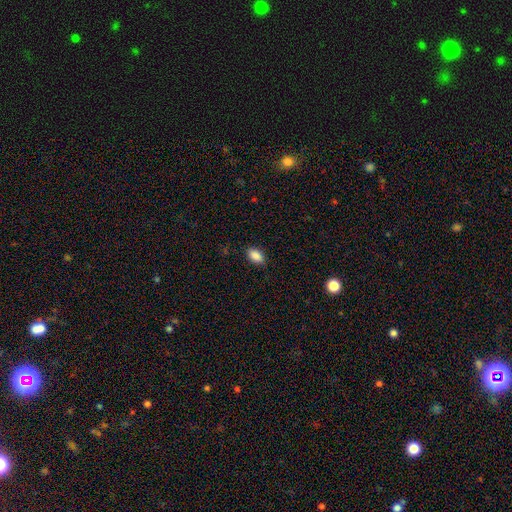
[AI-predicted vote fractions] A smooth galaxy with no disk features (89%) that is in between round and cigar-shaped (91%).

Vote fractions:
- Smooth or featured? smooth: 89% / star or artifact: 8% / featured or disk: 4%
- How rounded? in between: 91% / round: 7% / cigar-shaped: 2%
- Merging? none: 88% / minor disturbance: 9% / major disturbance: 2% / merger: 1%